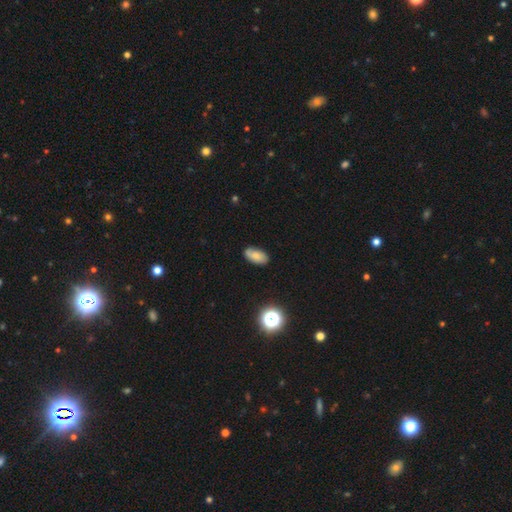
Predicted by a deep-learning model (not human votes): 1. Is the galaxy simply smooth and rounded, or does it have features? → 69% smooth, 20% featured or disk, 11% star or artifact.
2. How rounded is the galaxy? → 92% in between, 5% round, 3% cigar-shaped.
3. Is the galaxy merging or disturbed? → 75% none, 19% minor disturbance, 4% major disturbance, 2% merger.